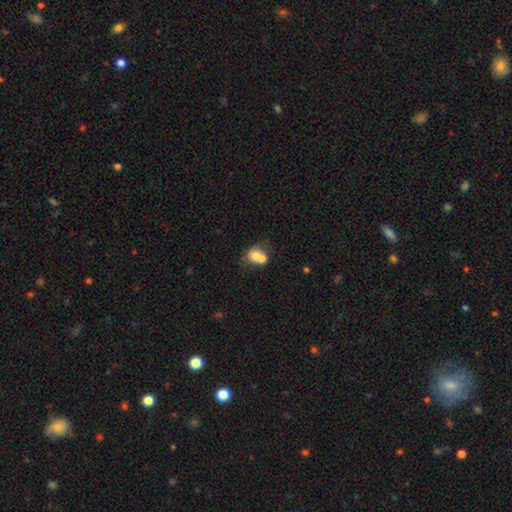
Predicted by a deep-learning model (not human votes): The model was most divided on "how rounded": round: 54%, in between: 45%, cigar-shaped: 1%. More confident: smooth or featured — smooth (68%); merging — merger (62%).